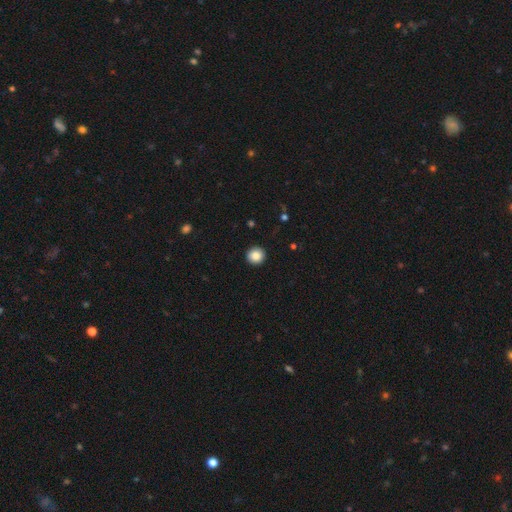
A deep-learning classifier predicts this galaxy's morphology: type=smooth (88%); roundness=round (94%); merging=none (93%).